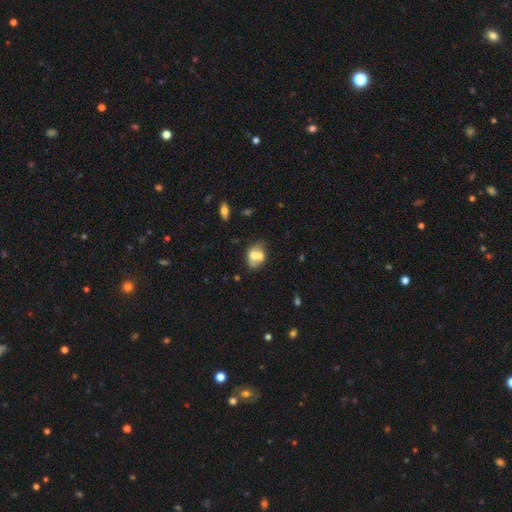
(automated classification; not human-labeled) Q: Smooth or featured?
A: smooth (59%); runner-up: featured or disk (32%)
Q: How rounded?
A: in between (62%); runner-up: round (37%)
Q: Merging?
A: merger (54%); runner-up: none (28%)